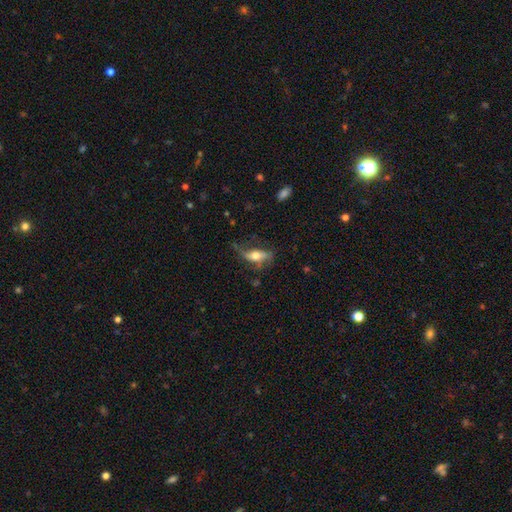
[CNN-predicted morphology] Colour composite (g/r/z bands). It shows a featured or disk galaxy (46%, tied with smooth). Merging: none (51%).